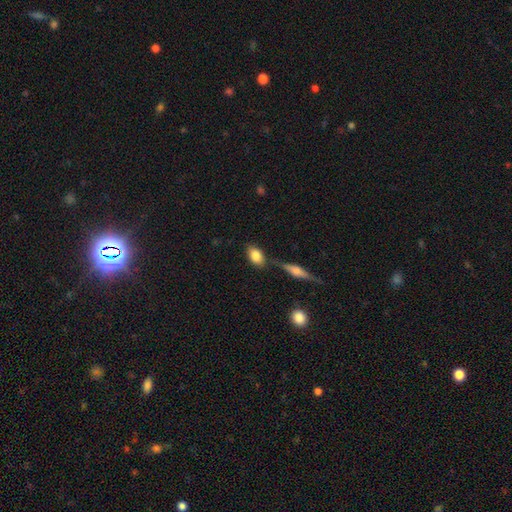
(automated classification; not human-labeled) Morphology: type=smooth (82%); roundness=in between (88%); merging=none (69%).